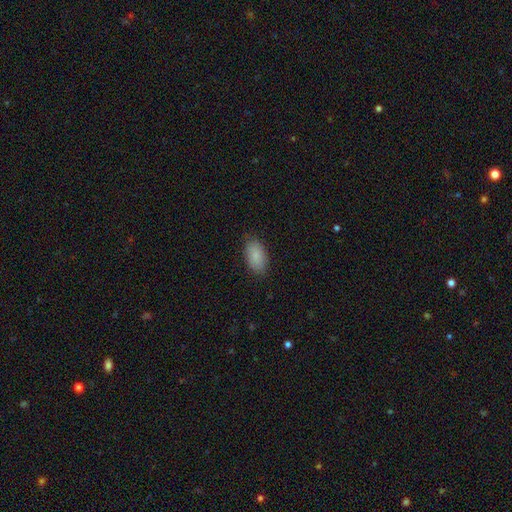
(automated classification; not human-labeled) smooth_or_featured: smooth (p=0.88) [alt: star or artifact p=0.07]
how_rounded: in between (p=0.93) [alt: round p=0.04]
merging: none (p=0.84) [alt: minor disturbance p=0.12]